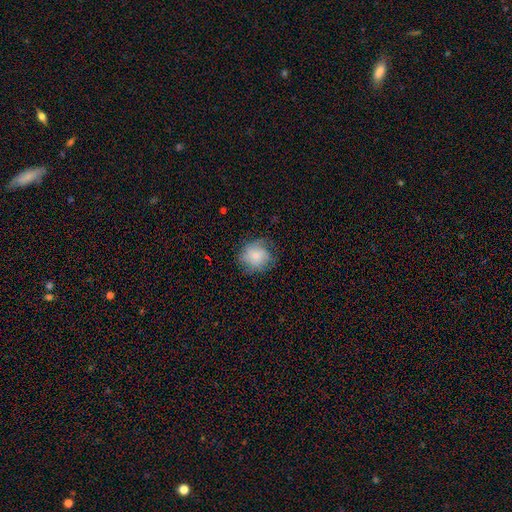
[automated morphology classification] Smooth or featured: smooth — 75% (featured or disk — 17%)
How rounded: round — 81% (in between — 18%)
Merging: none — 66% (minor disturbance — 24%)